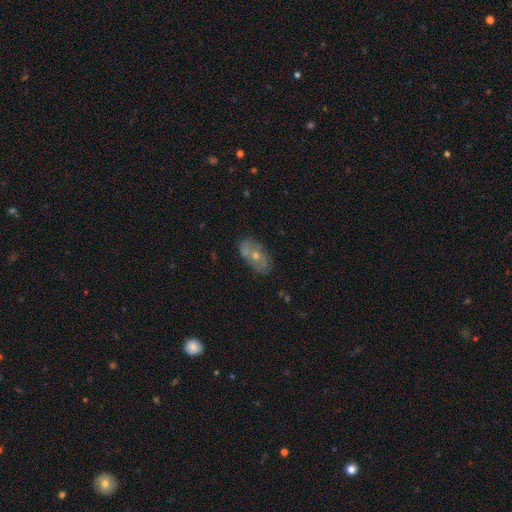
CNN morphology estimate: Smooth or featured? featured or disk (45%)
Merging? none (68%)